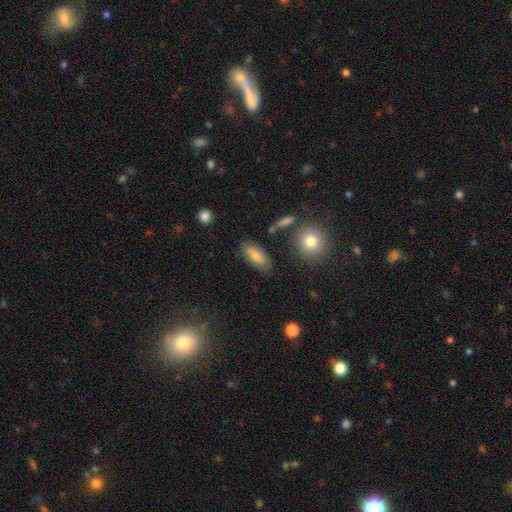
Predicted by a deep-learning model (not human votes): Overall: smooth (75%). How rounded: in between (82%). Merging: none (77%).